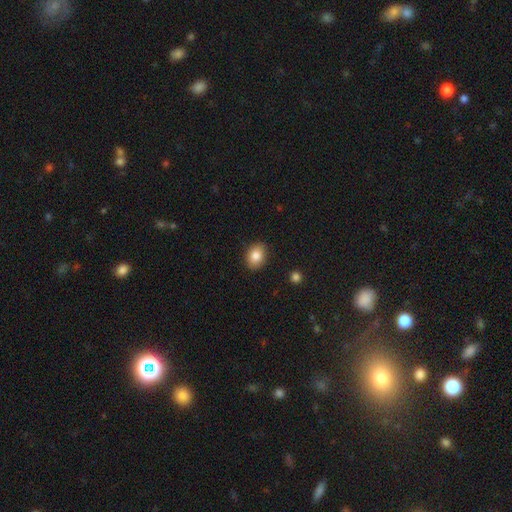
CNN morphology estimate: A smooth galaxy with no disk features (84%) that is in between round and cigar-shaped (64%). Merging: none (88%).